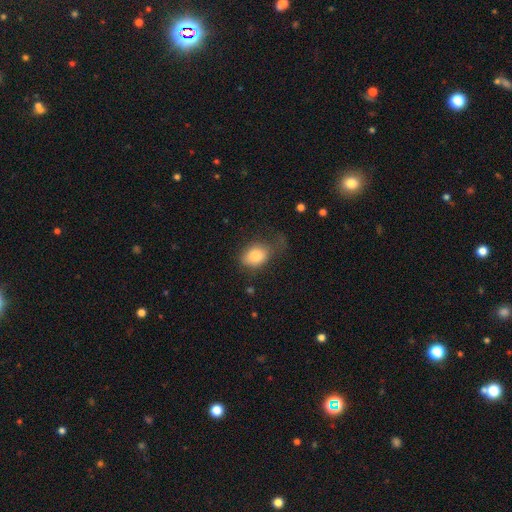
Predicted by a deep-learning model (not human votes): The model was most divided on "merging": none: 45%, minor disturbance: 30%, major disturbance: 22%, merger: 3%. More confident: smooth or featured — smooth (83%); how rounded — in between (71%).